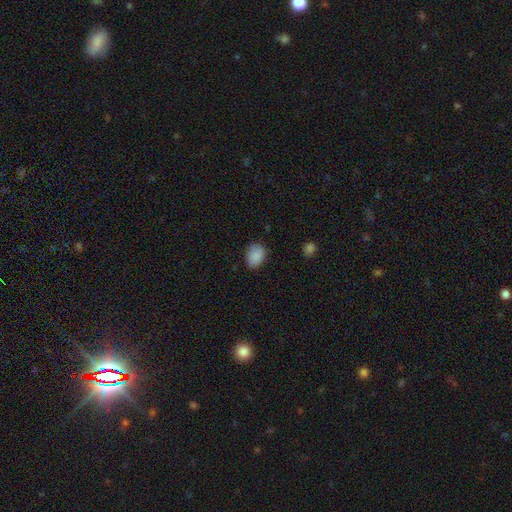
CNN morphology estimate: The model was most divided on "how rounded": in between: 68%, round: 31%, cigar-shaped: 1%. More confident: smooth or featured — smooth (87%); merging — none (74%).